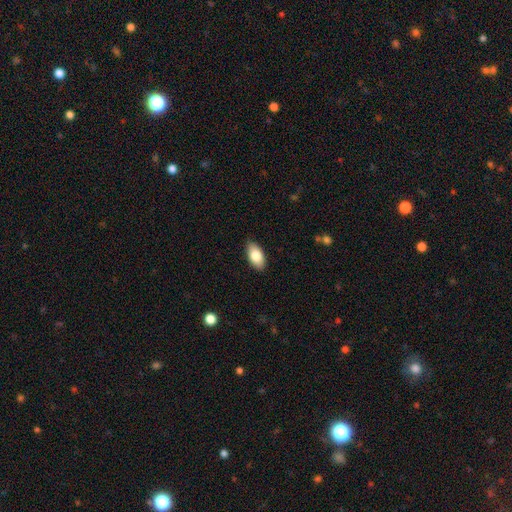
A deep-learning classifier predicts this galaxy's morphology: Q: Smooth or featured?
A: smooth (82%); runner-up: featured or disk (12%)
Q: How rounded?
A: in between (94%); runner-up: round (3%)
Q: Merging?
A: none (88%); runner-up: minor disturbance (10%)